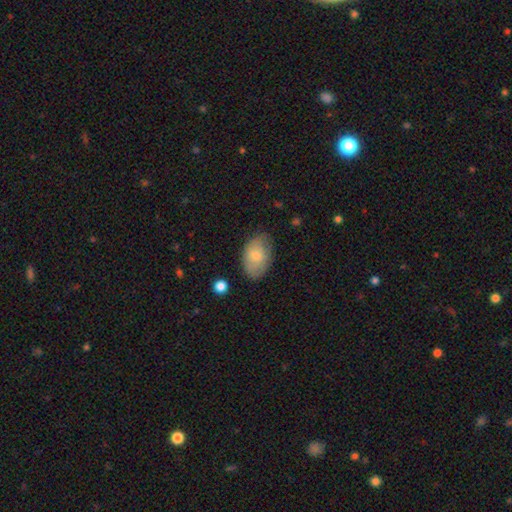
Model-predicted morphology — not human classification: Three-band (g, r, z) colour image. It shows a smooth galaxy with no disk features (73%) that is in between round and cigar-shaped (90%). Merging: none (74%).